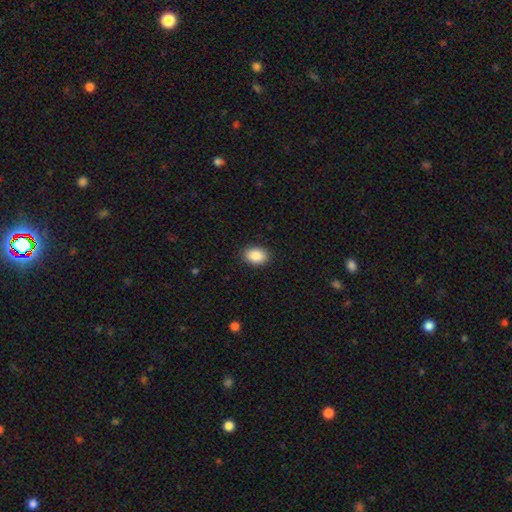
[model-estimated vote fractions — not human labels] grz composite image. It shows a smooth galaxy with no disk features (89%) that is in between round and cigar-shaped (78%). Merging: none (89%).